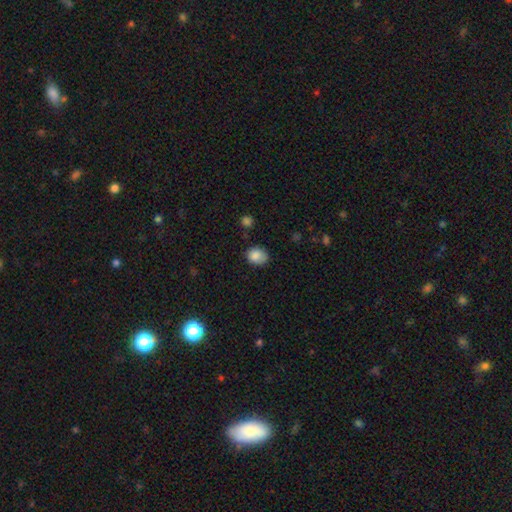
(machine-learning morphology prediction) This is clearly a smooth galaxy (86%). How rounded: possibly round (51%). Merging: likely none (69%).